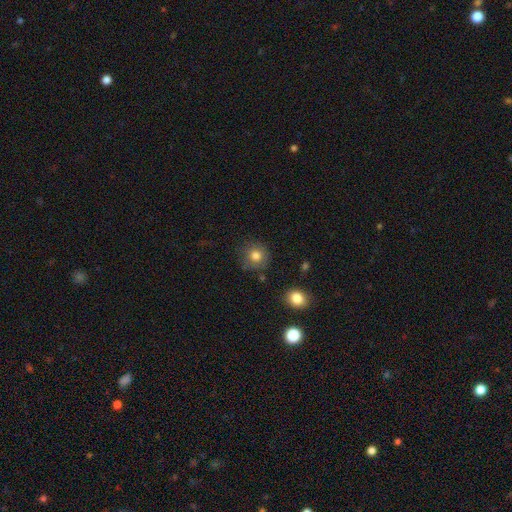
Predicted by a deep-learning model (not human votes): Overall: smooth (80%). How rounded: round (91%). Merging: none (80%).